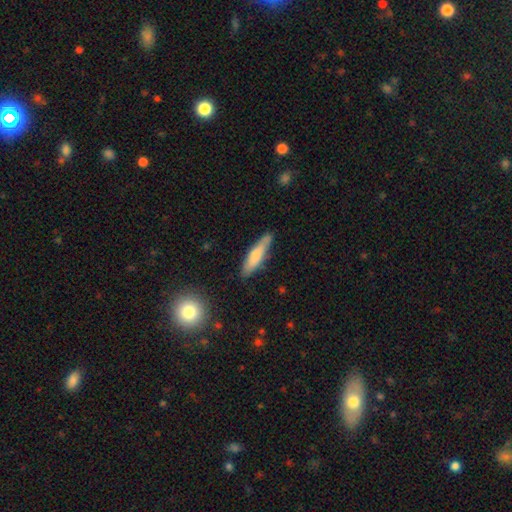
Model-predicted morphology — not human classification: smooth-or-featured: smooth: 70% | featured or disk: 24% | star or artifact: 6%
  how-rounded: cigar-shaped: 78% | in between: 20% | round: 2%
  merging: none: 83% | minor disturbance: 13% | major disturbance: 2% | merger: 2%